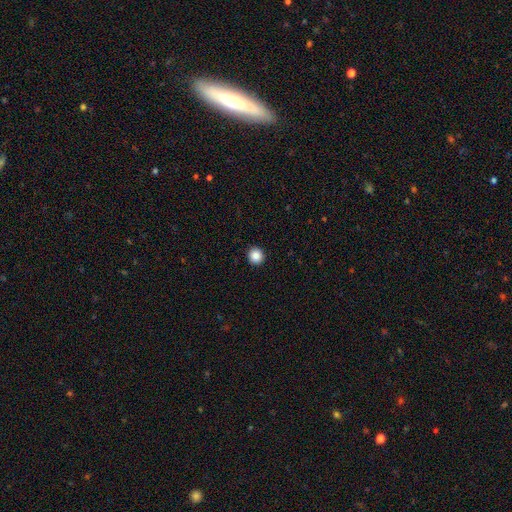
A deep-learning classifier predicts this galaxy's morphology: Smooth or featured: smooth — 87% (star or artifact — 10%)
How rounded: round — 94% (in between — 5%)
Merging: none — 93% (minor disturbance — 4%)